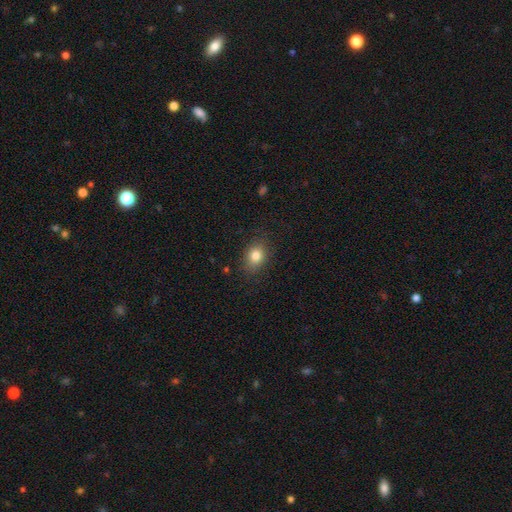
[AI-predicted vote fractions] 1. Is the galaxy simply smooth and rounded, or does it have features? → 81% smooth, 10% star or artifact, 8% featured or disk.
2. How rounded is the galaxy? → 65% in between, 34% round, 1% cigar-shaped.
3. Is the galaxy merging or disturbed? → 84% none, 12% minor disturbance, 3% major disturbance, 1% merger.